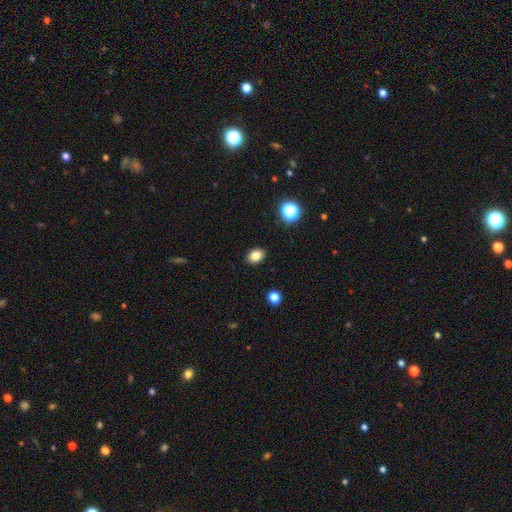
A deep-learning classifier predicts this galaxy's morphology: A smooth galaxy with no disk features (83%) that is in between round and cigar-shaped (67%). Merging: none (90%).